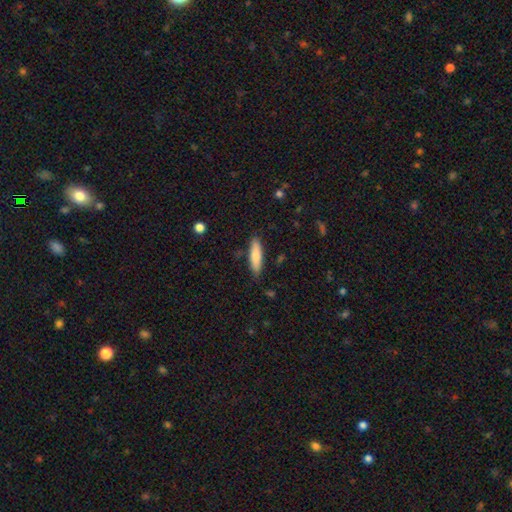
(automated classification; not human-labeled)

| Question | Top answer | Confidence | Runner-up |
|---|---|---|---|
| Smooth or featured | smooth | 79% | featured or disk (15%) |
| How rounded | cigar-shaped | 71% | in between (28%) |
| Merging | none | 84% | minor disturbance (12%) |